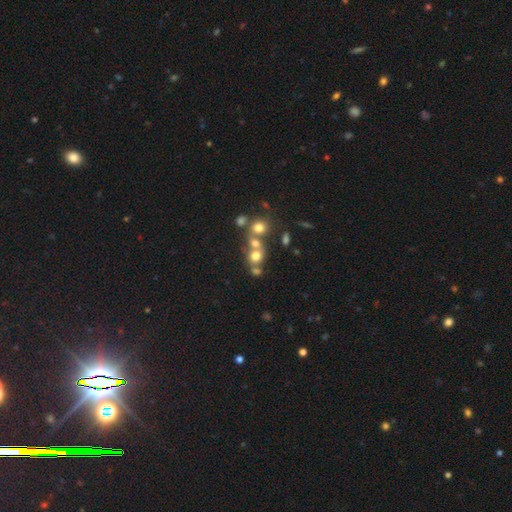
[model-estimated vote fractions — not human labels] smooth-or-featured: smooth: 65% | featured or disk: 19% | star or artifact: 17%
  how-rounded: round: 75% | in between: 24% | cigar-shaped: 1%
  merging: merger: 47% | none: 39% | minor disturbance: 9% | major disturbance: 6%